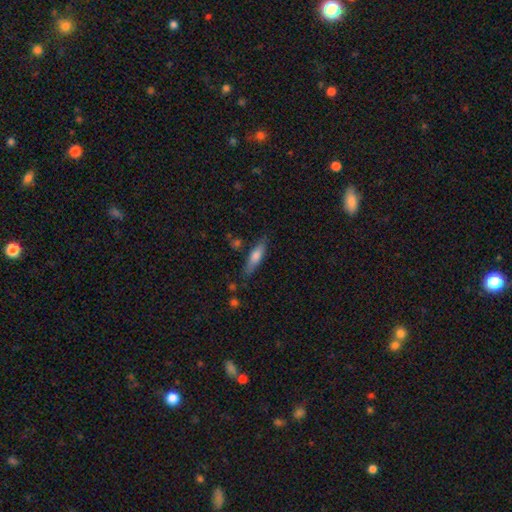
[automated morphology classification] smooth_or_featured: smooth (p=0.65) [alt: featured or disk p=0.28]
how_rounded: cigar-shaped (p=0.71) [alt: in between p=0.27]
merging: none (p=0.78) [alt: minor disturbance p=0.15]